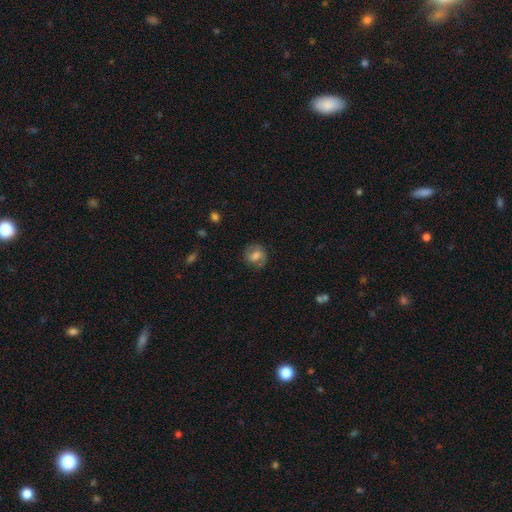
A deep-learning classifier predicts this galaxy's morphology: smooth-or-featured: smooth: 49% | featured or disk: 42% | star or artifact: 9%
  merging: none: 75% | minor disturbance: 17% | major disturbance: 7% | merger: 1%